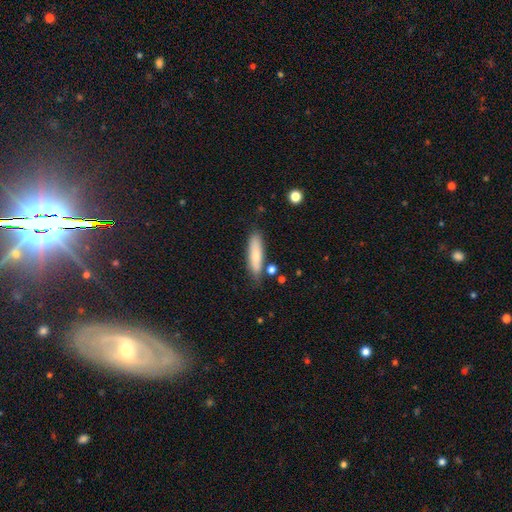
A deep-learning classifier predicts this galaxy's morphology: A smooth galaxy with no disk features (77%) that is cigar-shaped (63%). Merging: none (74%).